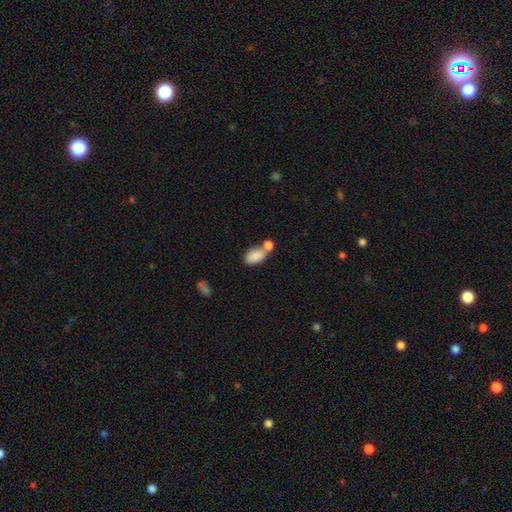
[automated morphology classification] type=smooth (82%); roundness=in between (90%); merging=merger (50%).